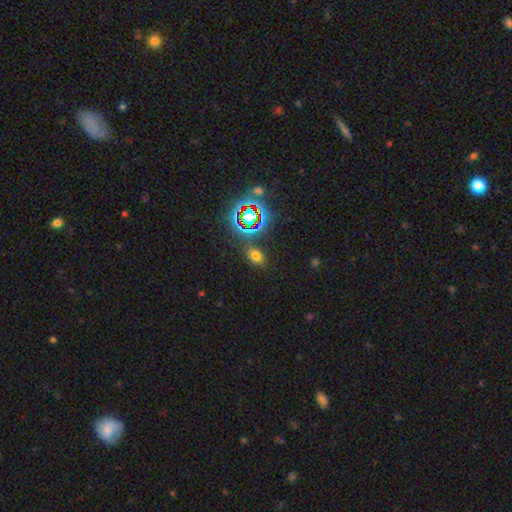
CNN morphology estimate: Smooth or featured? smooth (63%)
How rounded? in between (69%)
Merging? none (82%)